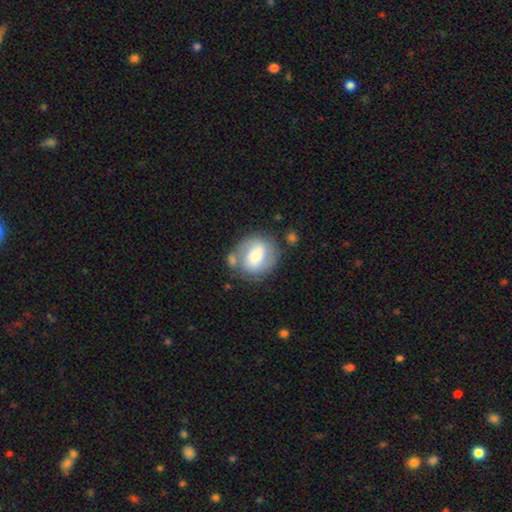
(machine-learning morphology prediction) The model was most divided on "smooth or featured": featured or disk: 50%, smooth: 43%, star or artifact: 7%. More confident: edge-on disk — no (96%); merging — none (65%).